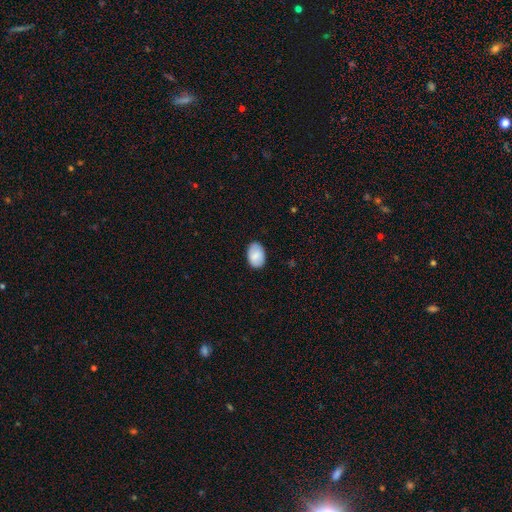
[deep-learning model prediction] The model was most divided on "merging": none: 84%, minor disturbance: 13%, major disturbance: 2%, merger: 1%. More confident: how rounded — in between (87%); smooth or featured — smooth (84%).